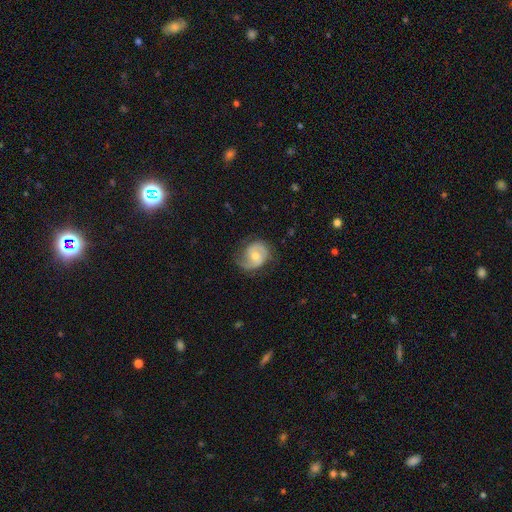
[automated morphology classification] This is likely a featured or disk galaxy (73%). It is clearly not viewed edge-on (98%). Bar: possibly no (52%). Spiral arm pattern: clearly yes (93%). Spiral arm count: likely 2 (79%). Spiral winding: possibly medium (47%). Central bulge: possibly moderate (58%). Merging: likely none (66%).